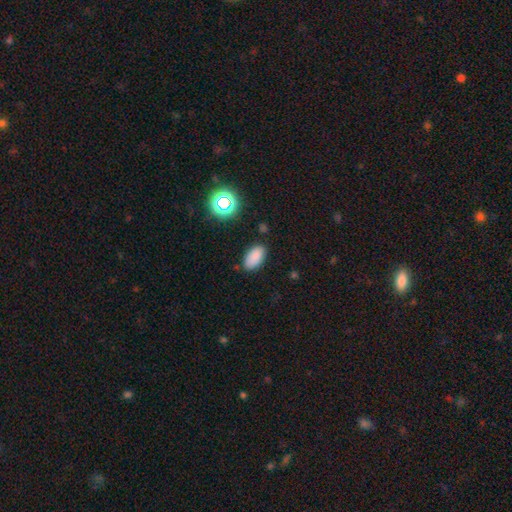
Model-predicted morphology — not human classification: A smooth galaxy with no disk features (83%) that is in between round and cigar-shaped (94%).

Vote fractions:
- Smooth or featured? smooth: 83% / star or artifact: 11% / featured or disk: 5%
- How rounded? in between: 94% / round: 4% / cigar-shaped: 3%
- Merging? none: 82% / minor disturbance: 13% / major disturbance: 3% / merger: 2%